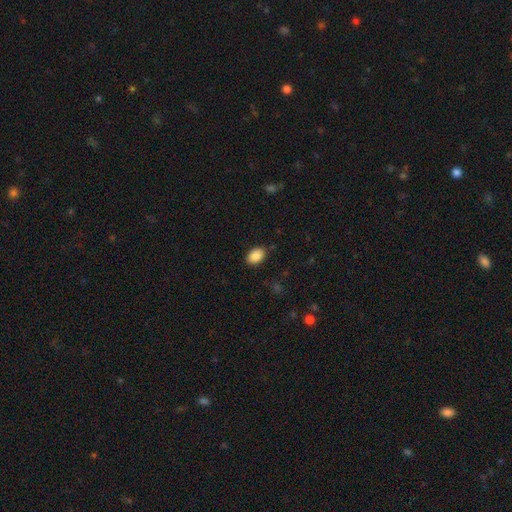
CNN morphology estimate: A smooth galaxy with no disk features (86%) that is in between round and cigar-shaped (82%).

Vote fractions:
- Smooth or featured? smooth: 86% / star or artifact: 8% / featured or disk: 6%
- How rounded? in between: 82% / round: 17% / cigar-shaped: 1%
- Merging? none: 87% / minor disturbance: 9% / major disturbance: 2% / merger: 1%